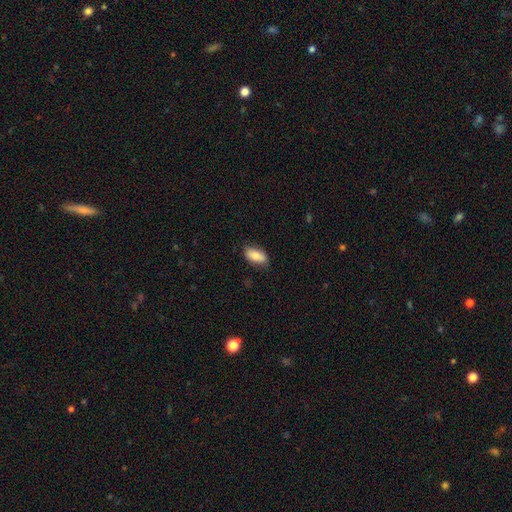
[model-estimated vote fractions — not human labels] Smooth or featured? Predicted: smooth (p=0.79). How rounded? Predicted: in between (p=0.90). Merging? Predicted: none (p=0.78).